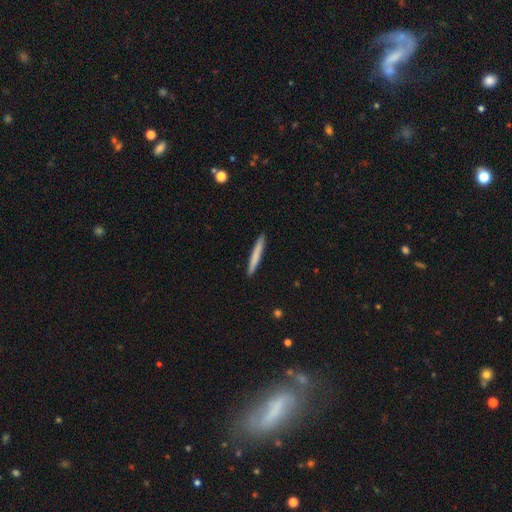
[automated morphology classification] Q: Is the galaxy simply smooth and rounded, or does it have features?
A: smooth — 74%.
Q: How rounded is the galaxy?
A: cigar-shaped — 97%.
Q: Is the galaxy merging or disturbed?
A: none — 92%.